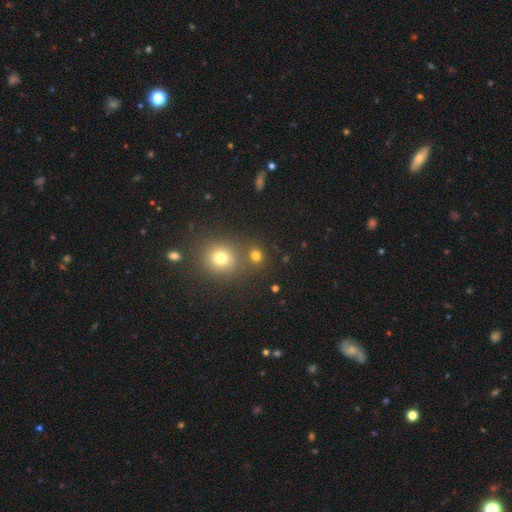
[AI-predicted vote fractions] smooth 73%, star or artifact 20%, featured or disk 7%. Down the decision tree: how rounded — round (81%); merging — none (71%).